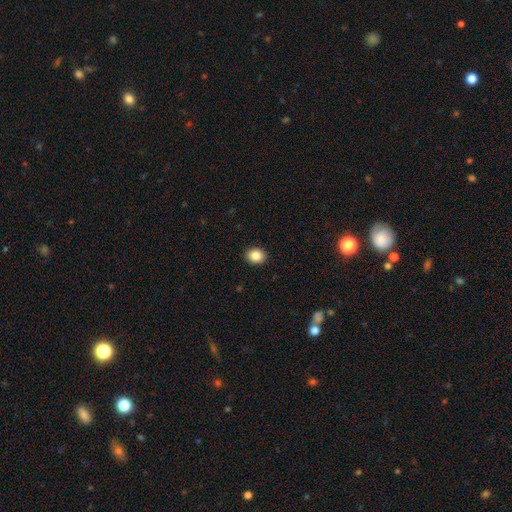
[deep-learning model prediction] Morphology: type=smooth (85%); roundness=round (50%, tied with in between); merging=none (92%).